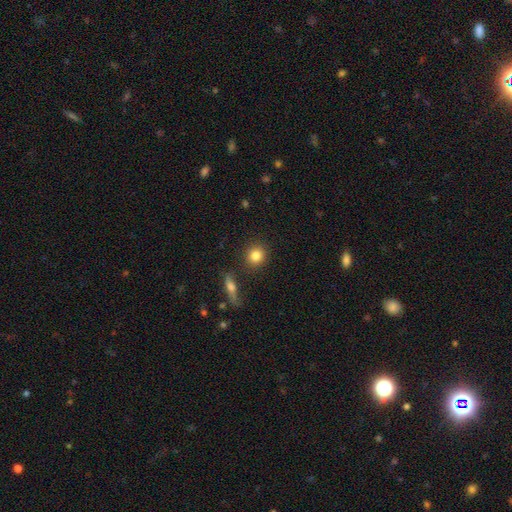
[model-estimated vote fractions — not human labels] A smooth galaxy with no disk features (84%) that is round (85%). Merging: none (86%).